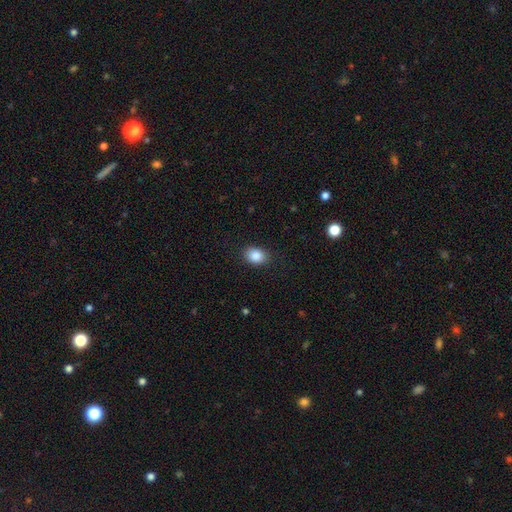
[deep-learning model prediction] A smooth galaxy with no disk features (87%) that is in between round and cigar-shaped (71%).

Vote fractions:
- Smooth or featured? smooth: 87% / star or artifact: 9% / featured or disk: 5%
- How rounded? in between: 71% / round: 28% / cigar-shaped: 1%
- Merging? none: 87% / minor disturbance: 10% / major disturbance: 3% / merger: 1%